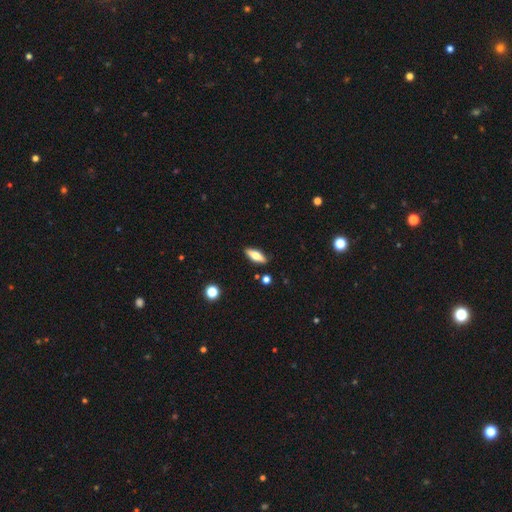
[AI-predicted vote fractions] Morphology: type=smooth (57%); roundness=in between (56%); merging=none (87%).